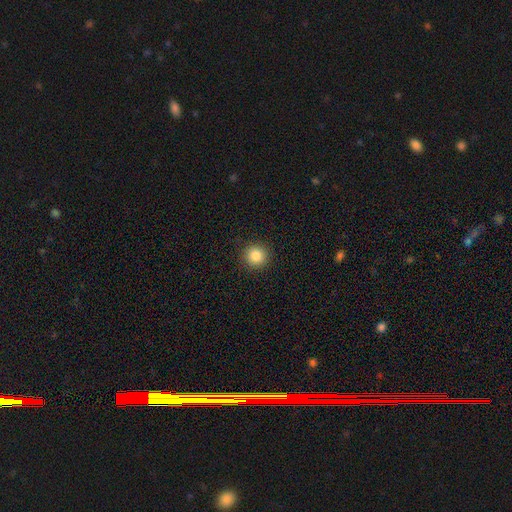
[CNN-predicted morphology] Smooth or featured? Predicted: smooth (p=0.85). How rounded? Predicted: round (p=0.94). Merging? Predicted: none (p=0.92).